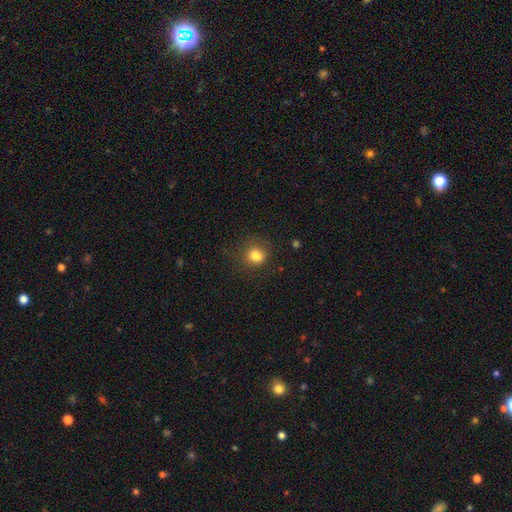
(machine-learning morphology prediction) Overall: smooth (81%). How rounded: round (69%; in between 30%). Merging: none (70%).